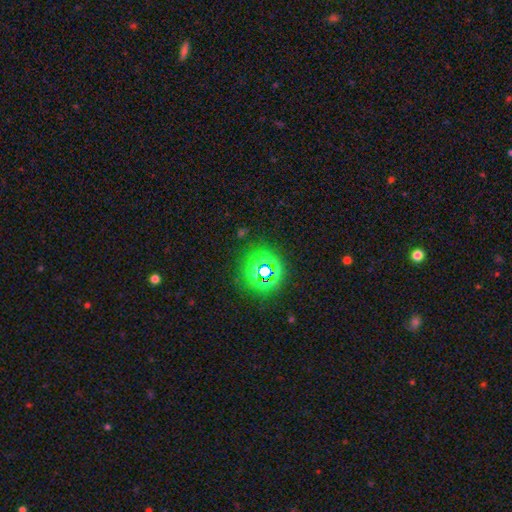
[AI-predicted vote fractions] smooth-or-featured: smooth: 51% | star or artifact: 42% | featured or disk: 7%
  how-rounded: round: 91% | in between: 8% | cigar-shaped: 1%
  merging: none: 90% | minor disturbance: 5% | merger: 2% | major disturbance: 2%